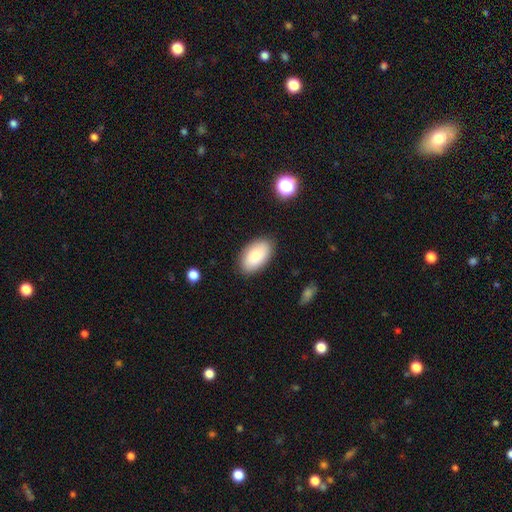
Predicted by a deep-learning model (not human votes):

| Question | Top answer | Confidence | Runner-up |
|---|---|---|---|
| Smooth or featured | smooth | 84% | featured or disk (9%) |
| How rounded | in between | 95% | round (4%) |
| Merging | none | 86% | minor disturbance (10%) |